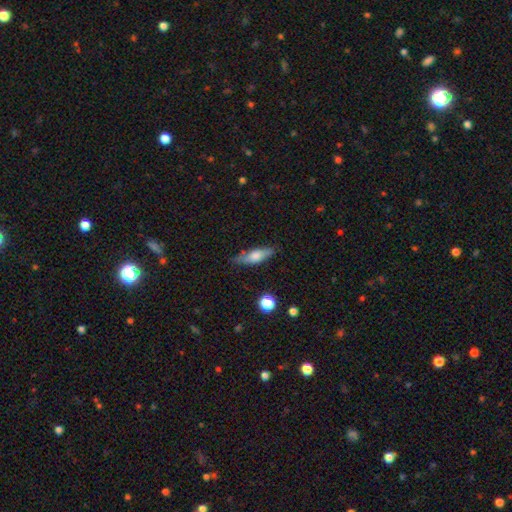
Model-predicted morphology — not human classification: Smooth or featured? Predicted: smooth (p=0.60). How rounded? Predicted: cigar-shaped (p=0.51). Merging? Predicted: none (p=0.77).